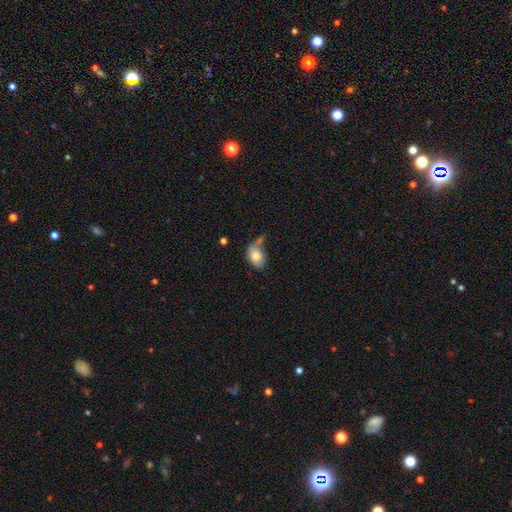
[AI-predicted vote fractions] Q: Smooth or featured?
A: smooth (79%); runner-up: featured or disk (14%)
Q: How rounded?
A: in between (82%); runner-up: round (17%)
Q: Merging?
A: none (32%); runner-up: minor disturbance (28%)